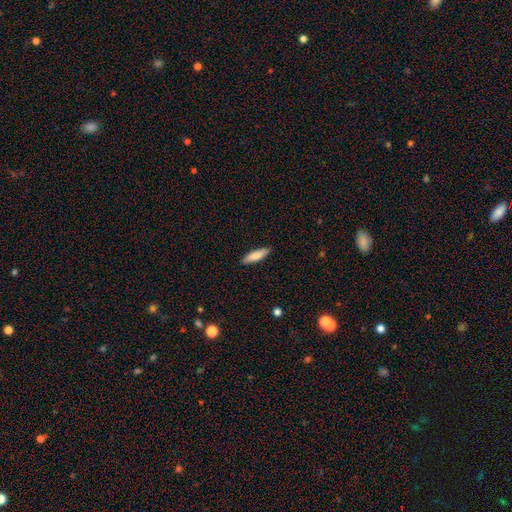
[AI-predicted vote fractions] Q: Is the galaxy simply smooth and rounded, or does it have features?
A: smooth — 82%.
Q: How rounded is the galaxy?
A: cigar-shaped — 64%.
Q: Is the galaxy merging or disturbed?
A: none — 89%.